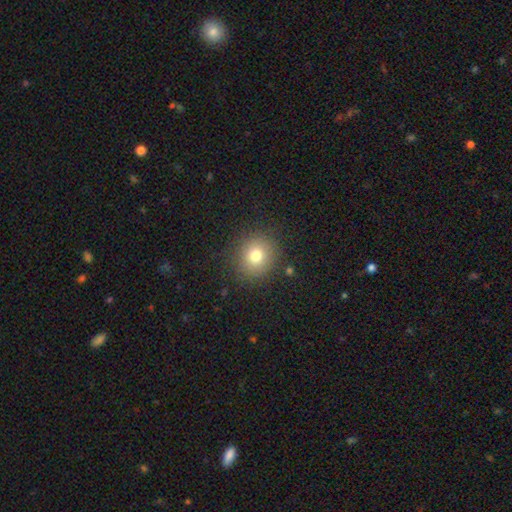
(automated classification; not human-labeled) Morphology: type=smooth (76%); roundness=round (85%); merging=none (87%).